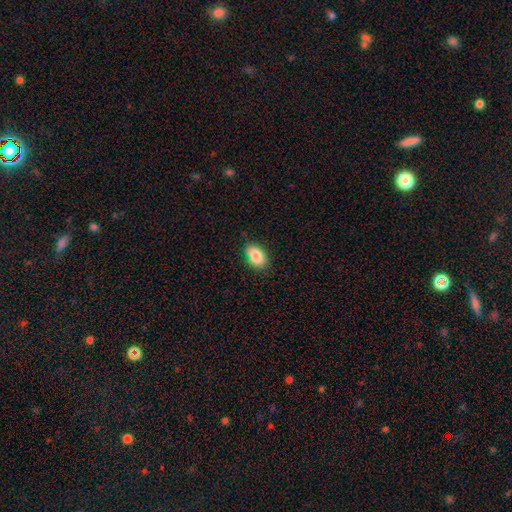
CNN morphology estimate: Smooth or featured? Predicted: smooth (p=0.86). How rounded? Predicted: in between (p=0.90). Merging? Predicted: none (p=0.85).